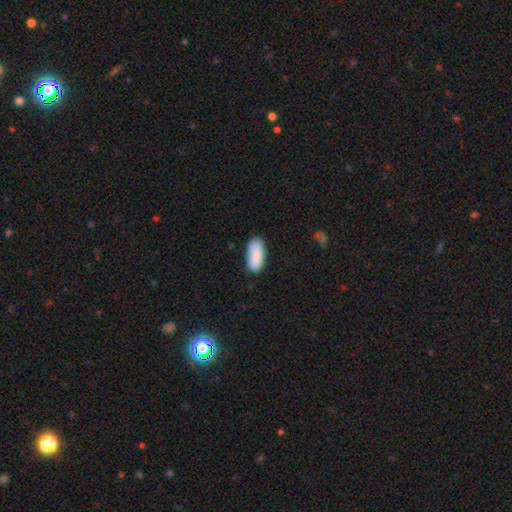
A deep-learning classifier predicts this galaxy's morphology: smooth_or_featured: smooth (p=0.86) [alt: featured or disk p=0.07]
how_rounded: in between (p=0.89) [alt: cigar-shaped p=0.09]
merging: none (p=0.78) [alt: minor disturbance p=0.17]